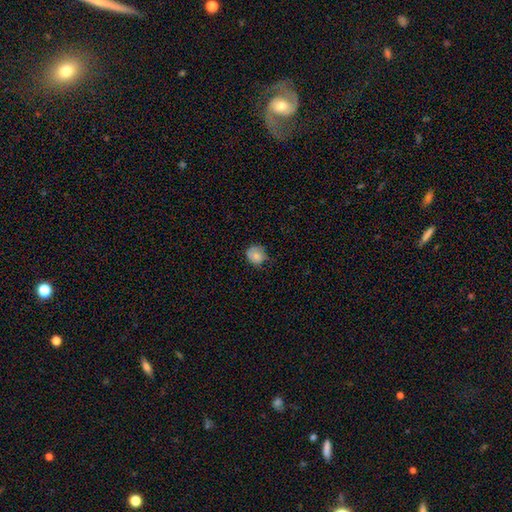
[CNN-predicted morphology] Smooth or featured: smooth — 81% (featured or disk — 11%)
How rounded: round — 74% (in between — 25%)
Merging: none — 58% (minor disturbance — 33%)